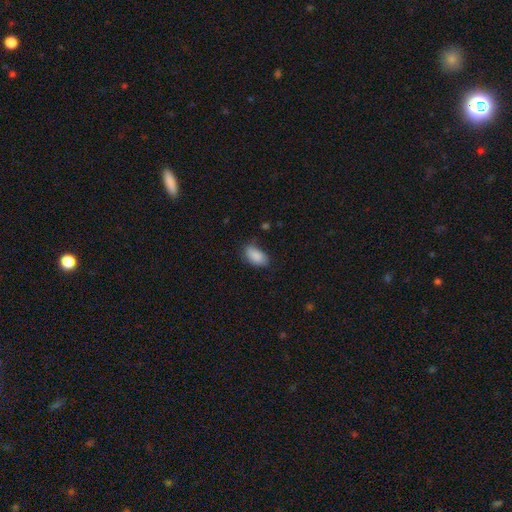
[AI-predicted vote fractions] Smooth or featured?
  - smooth: 88% *
  - star or artifact: 7%
  - featured or disk: 5%
How rounded?
  - in between: 93% *
  - round: 4%
  - cigar-shaped: 3%
Merging?
  - none: 69% *
  - minor disturbance: 24%
  - major disturbance: 5%
  - merger: 2%